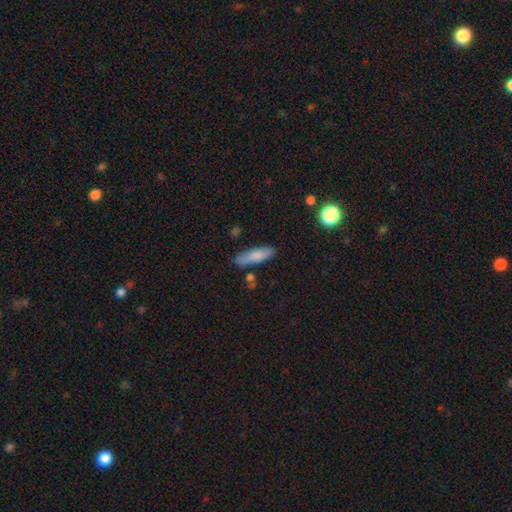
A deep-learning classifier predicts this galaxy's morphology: Smooth or featured: smooth — 77% (featured or disk — 16%)
How rounded: cigar-shaped — 65% (in between — 33%)
Merging: none — 80% (minor disturbance — 13%)